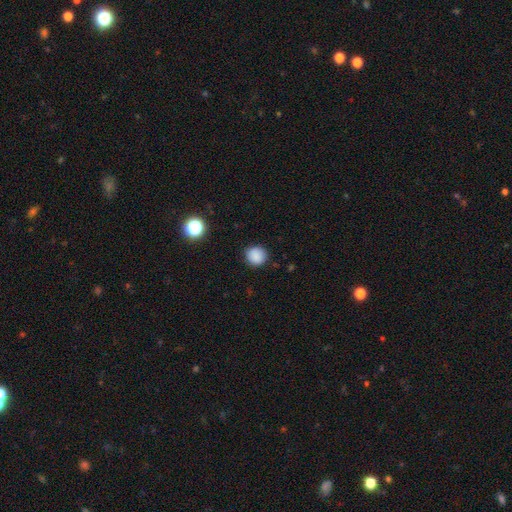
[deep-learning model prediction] Morphology: type=smooth (86%); roundness=round (90%); merging=none (88%).